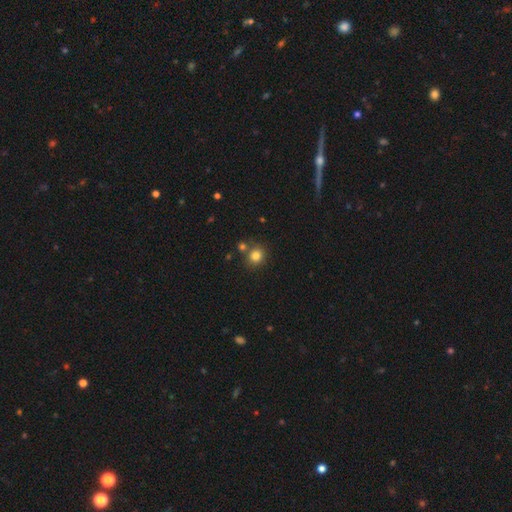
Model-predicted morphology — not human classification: type=smooth (81%); roundness=round (86%); merging=none (74%).